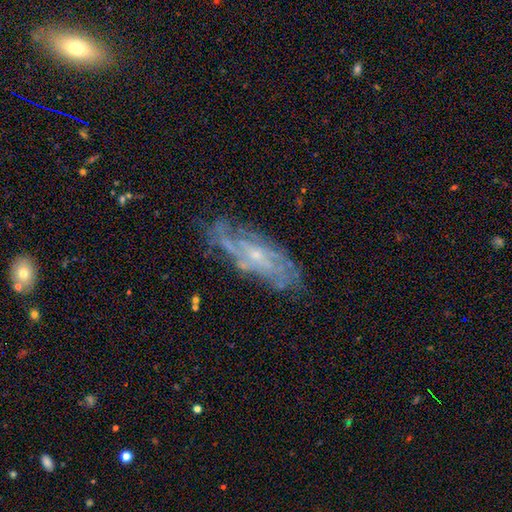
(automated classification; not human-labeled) A featured or disk galaxy (76%) with no bar (65%), tight (52%) spiral arms (82%) and a small central bulge (73%).

Vote fractions:
- Smooth or featured? featured or disk: 76% / smooth: 15% / star or artifact: 9%
- Edge-on disk? no: 81% / yes: 19%
- Bar? no: 65% / weak: 29% / strong: 6%
- Spiral arms? yes: 82% / no: 18%
- Spiral winding? tight: 52% / medium: 34% / loose: 13%
- Spiral arm count? can't tell: 58% / 2: 14% / 3: 9% / 4: 9% / more than 4: 6% / 1: 5%
- Bulge size? small: 73% / moderate: 20% / none: 5% / large: 1% / dominant: 1%
- Merging? none: 72% / minor disturbance: 18% / major disturbance: 7% / merger: 2%